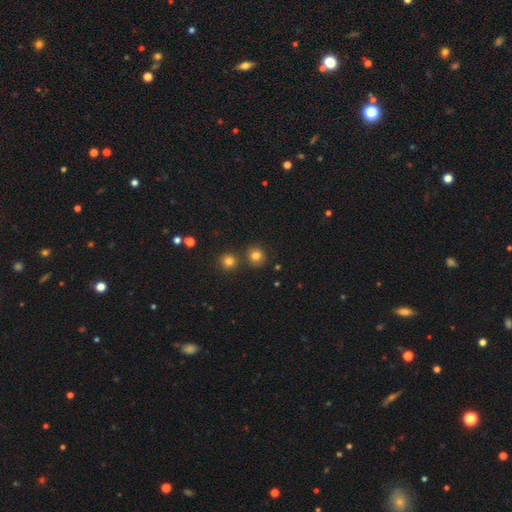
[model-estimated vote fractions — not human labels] This appears to be a smooth galaxy with no disk features (79%) that is round (89%). Merging: none (79%).